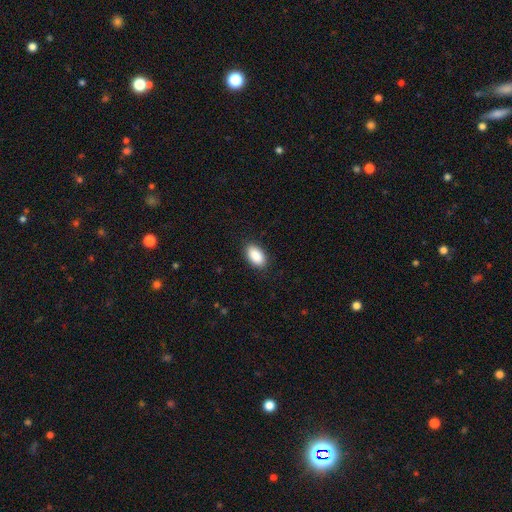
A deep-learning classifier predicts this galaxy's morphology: A smooth galaxy with no disk features (90%) that is in between round and cigar-shaped (94%).

Vote fractions:
- Smooth or featured? smooth: 90% / star or artifact: 6% / featured or disk: 3%
- How rounded? in between: 94% / round: 4% / cigar-shaped: 2%
- Merging? none: 88% / minor disturbance: 9% / major disturbance: 2% / merger: 1%